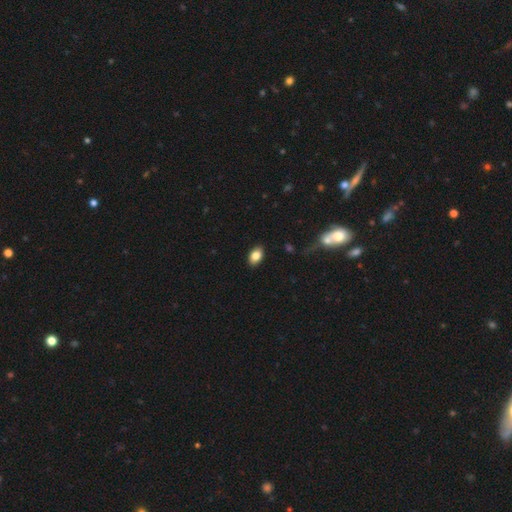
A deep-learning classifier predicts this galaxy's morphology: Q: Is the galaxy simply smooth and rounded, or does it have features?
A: smooth — 83%.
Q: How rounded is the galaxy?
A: in between — 89%.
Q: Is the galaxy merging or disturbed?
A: none — 88%.